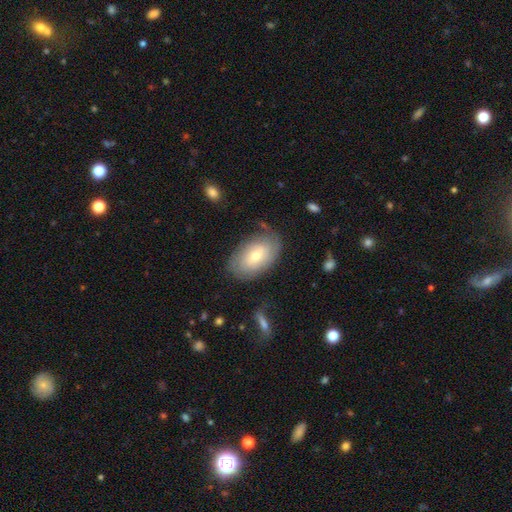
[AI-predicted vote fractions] A featured or disk galaxy (50%).

Vote fractions:
- Smooth or featured? featured or disk: 50% / smooth: 42% / star or artifact: 8%
- Edge-on disk? no: 92% / yes: 8%
- Merging? none: 75% / minor disturbance: 18% / major disturbance: 5% / merger: 2%